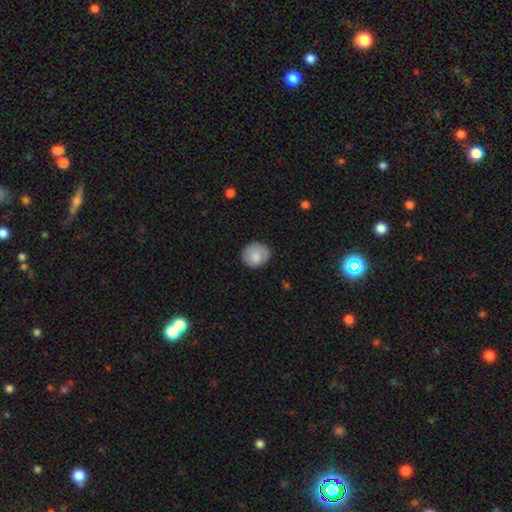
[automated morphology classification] Smooth or featured? Predicted: smooth (p=0.80). How rounded? Predicted: round (p=0.80). Merging? Predicted: none (p=0.81).